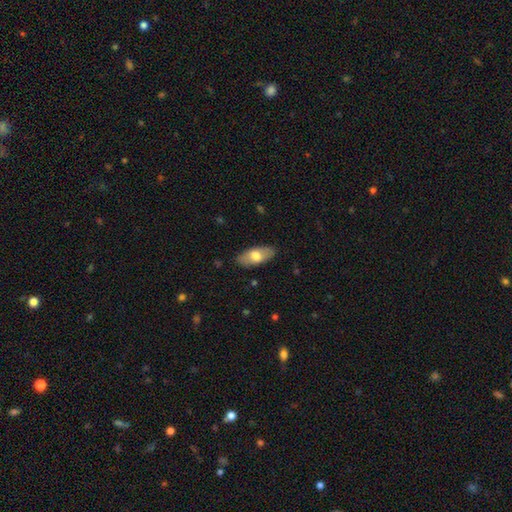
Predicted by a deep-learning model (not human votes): Smooth or featured: smooth — 68% (featured or disk — 26%)
How rounded: in between — 87% (cigar-shaped — 11%)
Merging: none — 85% (minor disturbance — 11%)